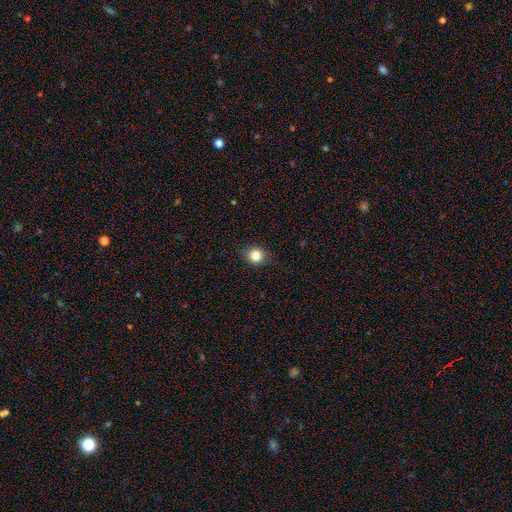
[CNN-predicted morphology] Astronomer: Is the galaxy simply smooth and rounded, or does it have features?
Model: smooth — 82%.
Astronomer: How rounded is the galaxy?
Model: round — 77%.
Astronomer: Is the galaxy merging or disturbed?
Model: none — 87%.